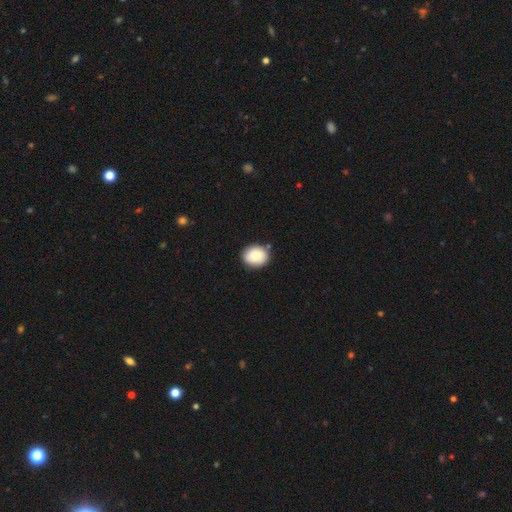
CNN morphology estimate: type=smooth (83%); roundness=round (64%); merging=none (83%).